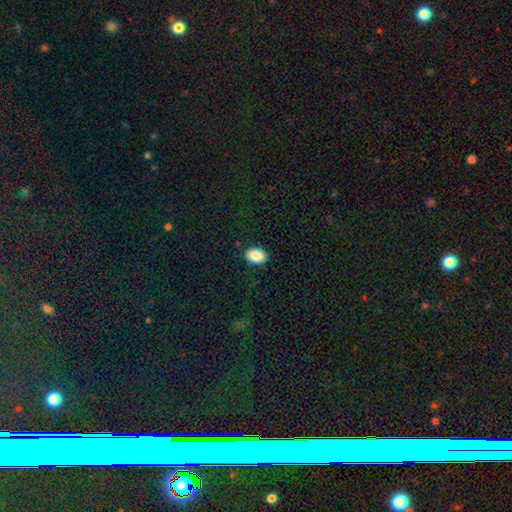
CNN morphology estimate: smooth_or_featured: smooth (p=0.88) [alt: star or artifact p=0.07]
how_rounded: in between (p=0.85) [alt: round p=0.14]
merging: none (p=0.89) [alt: minor disturbance p=0.08]